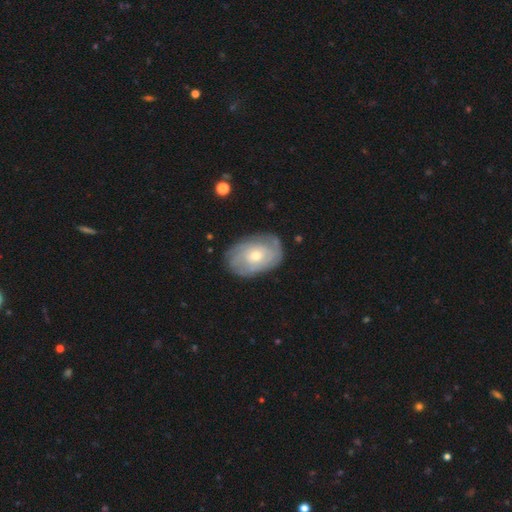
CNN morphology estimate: Smooth or featured? Predicted: featured or disk (p=0.70). Edge-on disk? Predicted: no (p=0.95). Bar? Predicted: no (p=0.78). Spiral arms? Predicted: yes (p=0.82). Spiral winding? Predicted: tight (p=0.71). Spiral arm count? Predicted: can't tell (p=0.57). Bulge size? Predicted: moderate (p=0.55). Merging? Predicted: none (p=0.77).